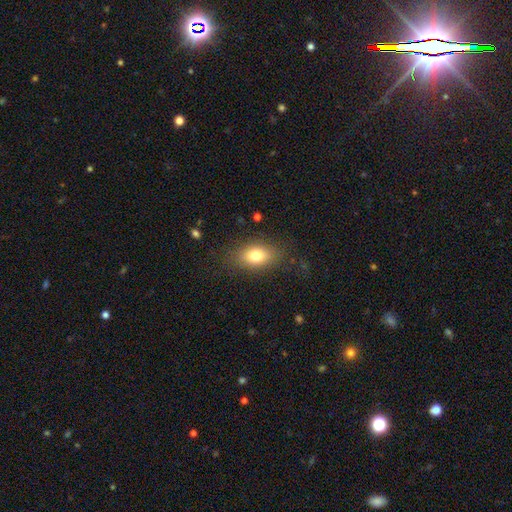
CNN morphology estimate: smooth-or-featured: smooth: 76% | featured or disk: 14% | star or artifact: 10%
  how-rounded: in between: 81% | round: 15% | cigar-shaped: 4%
  merging: none: 82% | minor disturbance: 12% | major disturbance: 5% | merger: 1%